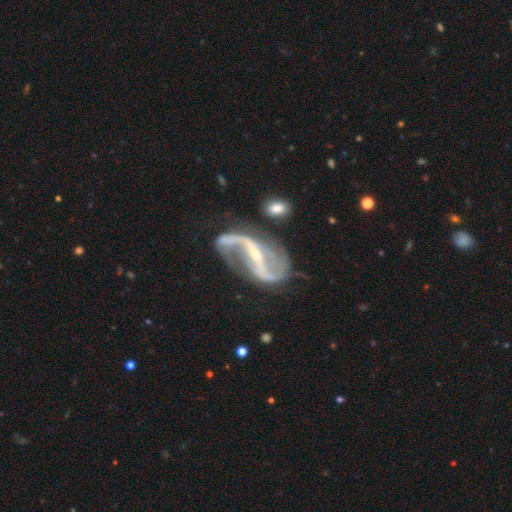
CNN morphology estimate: Smooth or featured? featured or disk (91%)
Edge-on disk? no (95%)
Bar? strong (65%)
Spiral arms? yes (96%)
Spiral winding? loose (61%)
Spiral arm count? 2 (90%)
Bulge size? small (78%)
Merging? none (57%)